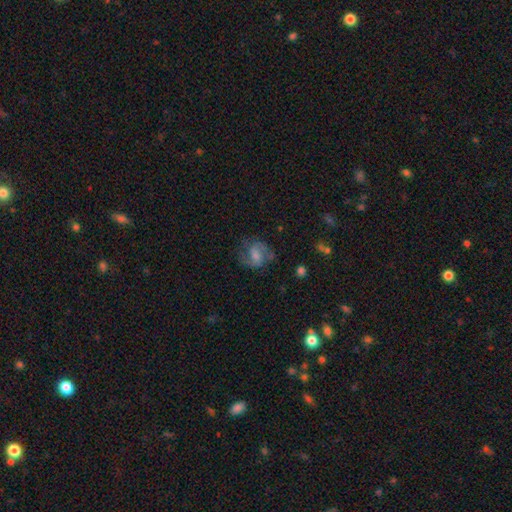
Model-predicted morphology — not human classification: type=featured or disk (55%); edge-on=no (97%); bar=weak (47%); spiral arms=yes (83%); bulge=moderate (39%); merging=none (58%).